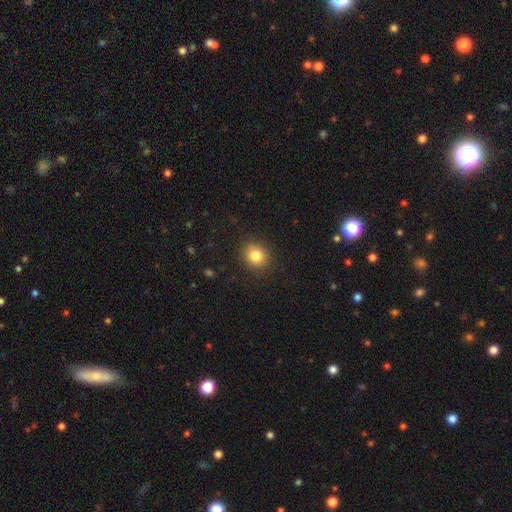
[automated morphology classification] Smooth or featured: smooth — 83% (star or artifact — 11%)
How rounded: round — 77% (in between — 22%)
Merging: none — 87% (minor disturbance — 9%)